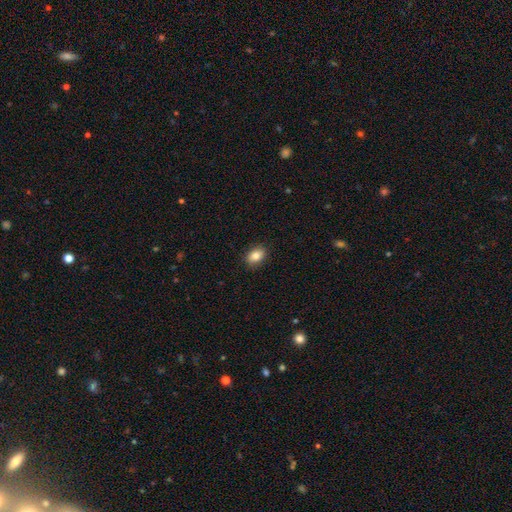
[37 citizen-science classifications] This is likely a smooth galaxy (78%). How rounded: clearly in between (86%). Merging: clearly none (94%).